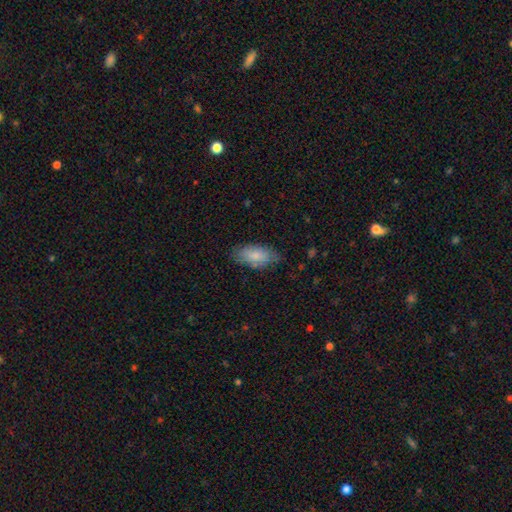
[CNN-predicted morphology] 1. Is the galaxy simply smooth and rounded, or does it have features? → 82% smooth, 12% featured or disk, 6% star or artifact.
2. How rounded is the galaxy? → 92% in between, 5% cigar-shaped, 3% round.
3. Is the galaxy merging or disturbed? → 75% none, 19% minor disturbance, 4% major disturbance, 2% merger.